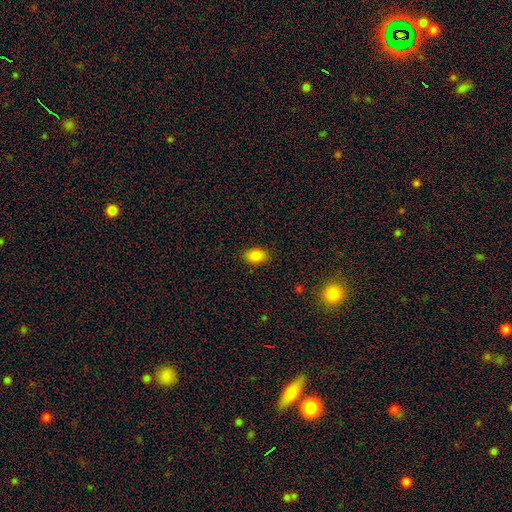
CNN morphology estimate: Overall: smooth (87%). How rounded: in between (87%). Merging: none (87%).